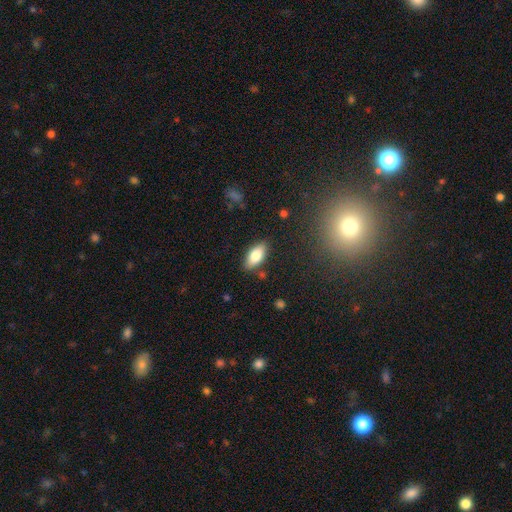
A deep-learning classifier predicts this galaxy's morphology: The model was most divided on "smooth or featured": smooth: 80%, featured or disk: 13%, star or artifact: 7%. More confident: how rounded — in between (88%); merging — none (84%).